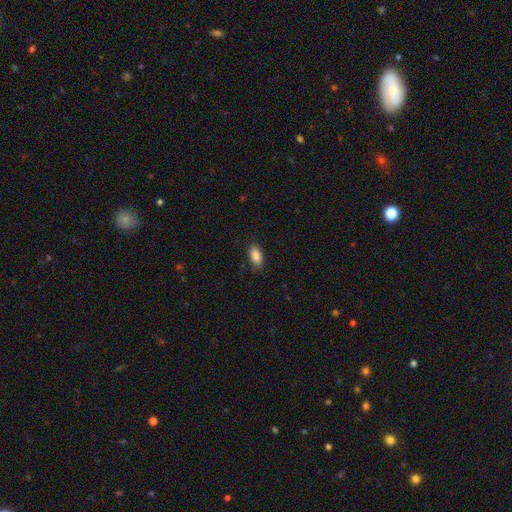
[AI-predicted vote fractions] Smooth or featured: smooth — 87% (star or artifact — 8%)
How rounded: in between — 91% (cigar-shaped — 5%)
Merging: none — 85% (minor disturbance — 12%)